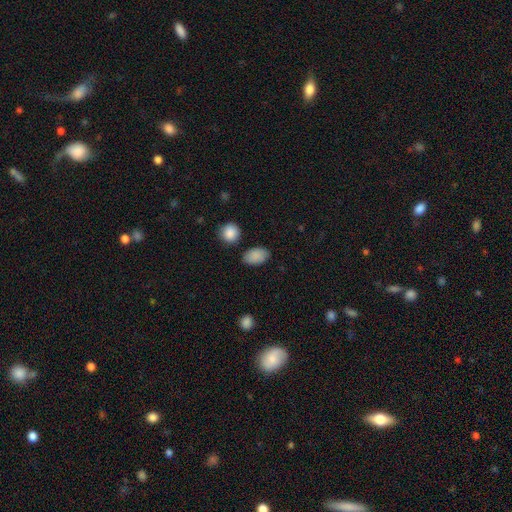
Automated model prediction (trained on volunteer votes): smooth 88%, star or artifact 7%, featured or disk 5%. Down the decision tree: how rounded — in between (90%); merging — none (80%).